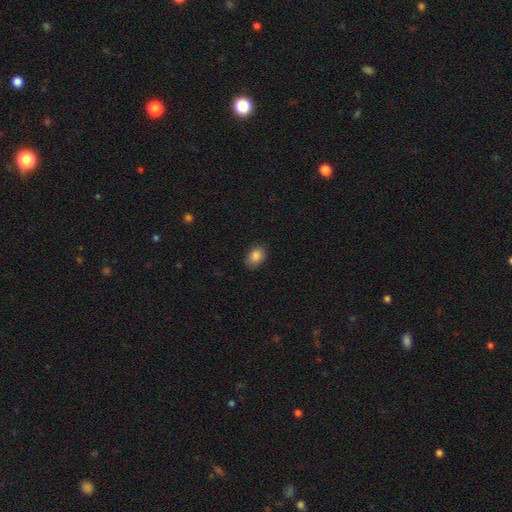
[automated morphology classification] A smooth galaxy with no disk features (86%) that is in between round and cigar-shaped (72%). Merging: none (83%).